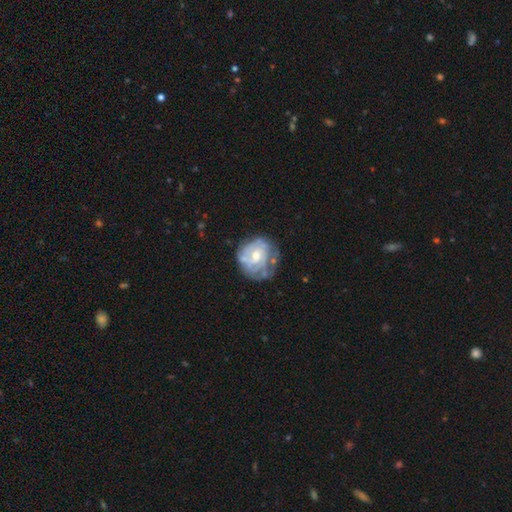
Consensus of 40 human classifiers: This appears to be a featured or disk galaxy (80%) with no bar (59%), tight (45%) spiral arms (69%) and a moderate central bulge (44%). Merging: none (44%).